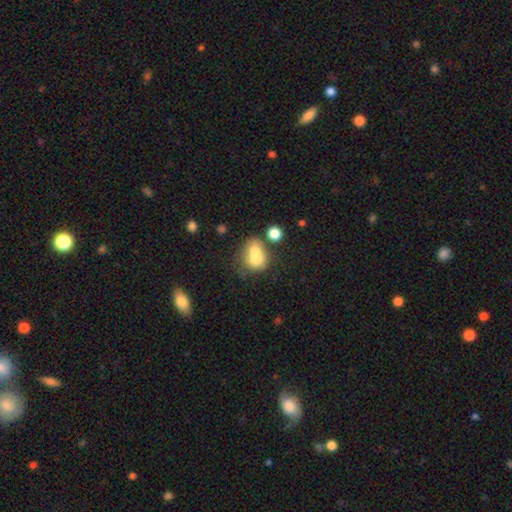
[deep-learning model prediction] Morphology: type=smooth (67%); roundness=round (52%); merging=merger (62%).